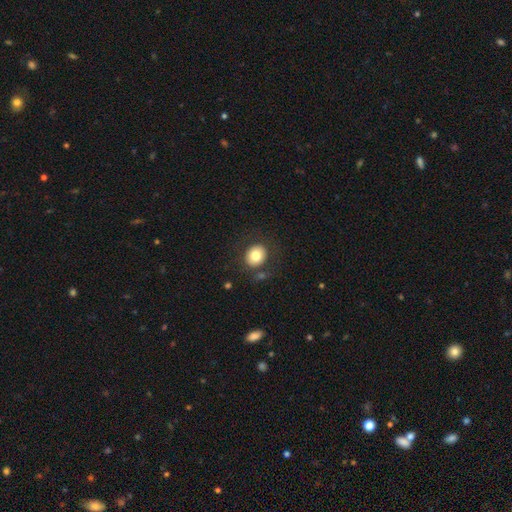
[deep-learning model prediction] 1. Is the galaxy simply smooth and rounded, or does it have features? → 79% smooth, 12% featured or disk, 9% star or artifact.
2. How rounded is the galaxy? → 69% round, 30% in between, 1% cigar-shaped.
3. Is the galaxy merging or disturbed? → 82% none, 10% minor disturbance, 5% major disturbance, 3% merger.